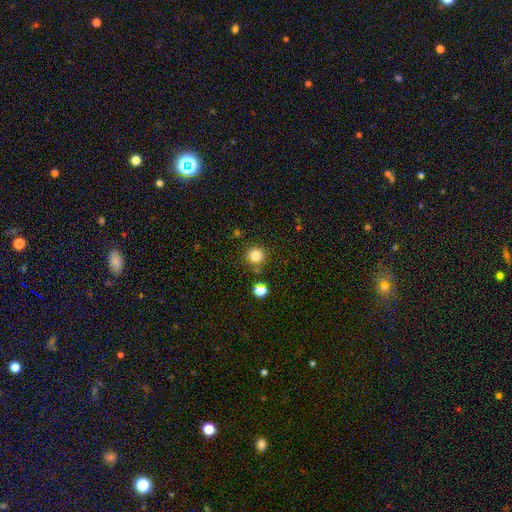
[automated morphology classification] smooth_or_featured: smooth (p=0.81) [alt: star or artifact p=0.13]
how_rounded: round (p=0.94) [alt: in between p=0.05]
merging: none (p=0.84) [alt: minor disturbance p=0.08]